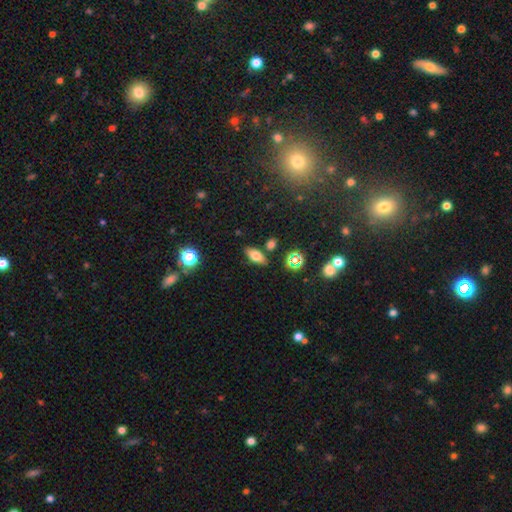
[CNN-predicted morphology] smooth 70%, featured or disk 17%, star or artifact 13%. Down the decision tree: how rounded — in between (82%); merging — none (81%).